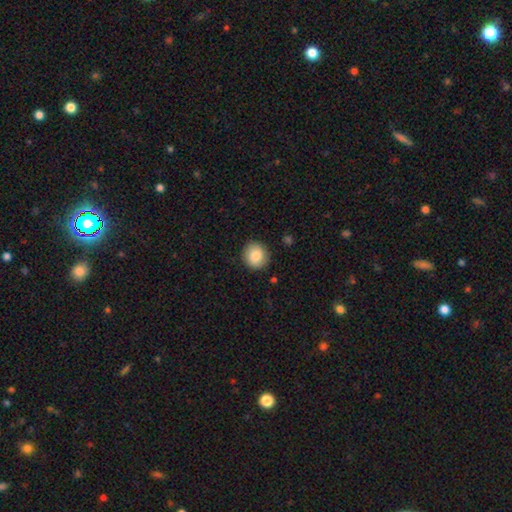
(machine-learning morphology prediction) smooth_or_featured: smooth (p=0.83) [alt: featured or disk p=0.09]
how_rounded: round (p=0.88) [alt: in between p=0.11]
merging: none (p=0.89) [alt: minor disturbance p=0.08]